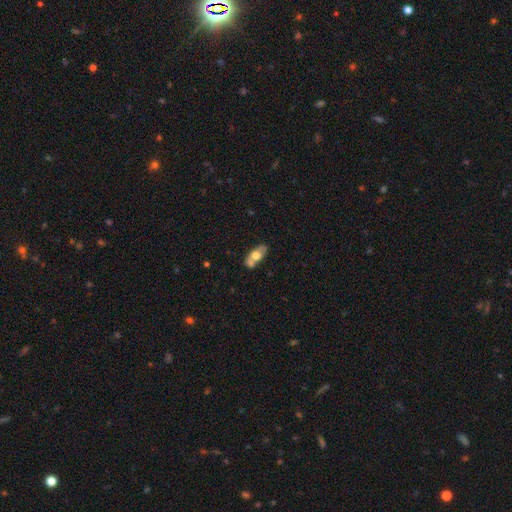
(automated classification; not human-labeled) Morphology: type=smooth (54%); roundness=in between (84%); merging=none (55%).